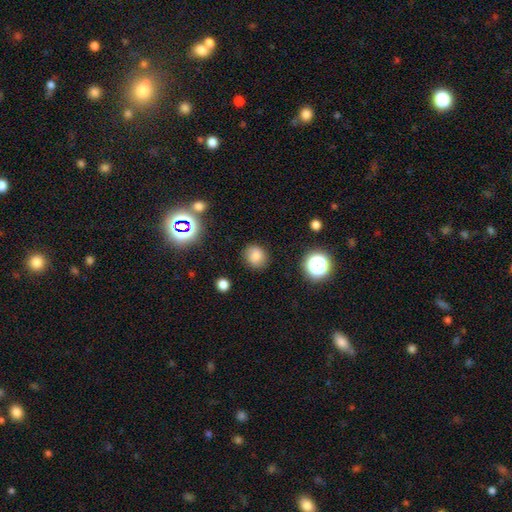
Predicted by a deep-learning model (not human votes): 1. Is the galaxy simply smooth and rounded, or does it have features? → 80% smooth, 14% star or artifact, 7% featured or disk.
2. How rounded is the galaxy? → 79% round, 20% in between, 1% cigar-shaped.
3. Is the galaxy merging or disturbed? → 84% none, 11% minor disturbance, 3% major disturbance, 2% merger.